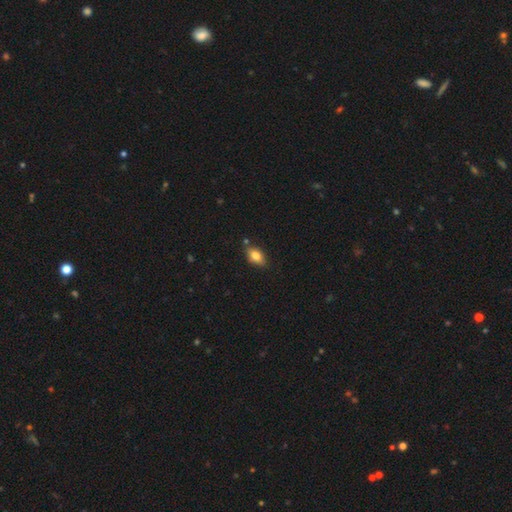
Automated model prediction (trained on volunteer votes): Smooth or featured: smooth — 78% (featured or disk — 14%)
How rounded: in between — 86% (round — 7%)
Merging: none — 78% (minor disturbance — 15%)